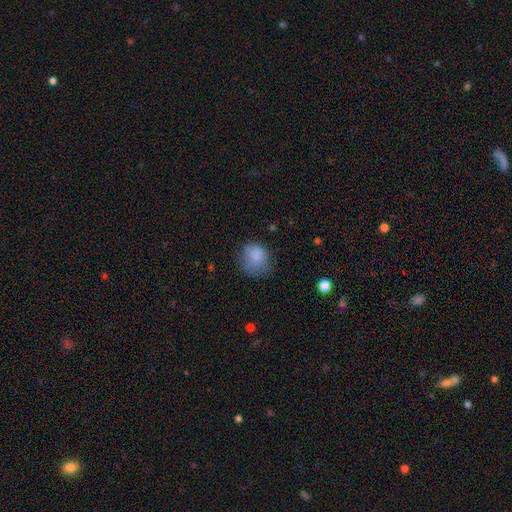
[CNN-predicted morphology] type=smooth (81%); roundness=round (70%); merging=none (61%).